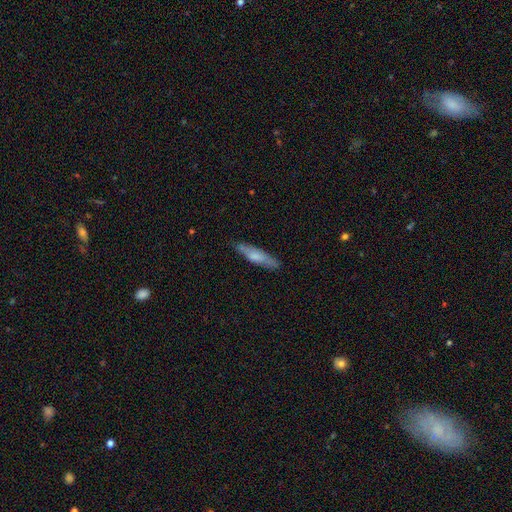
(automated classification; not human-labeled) This is likely a smooth galaxy (64%). How rounded: likely cigar-shaped (79%). Merging: clearly none (81%).